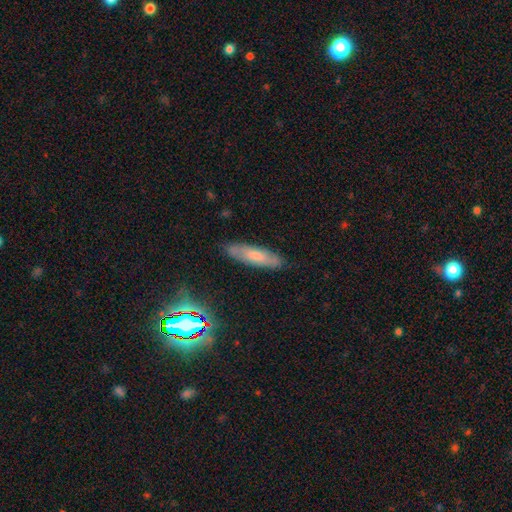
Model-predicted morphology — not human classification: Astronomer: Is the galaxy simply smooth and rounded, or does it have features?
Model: smooth — 59%.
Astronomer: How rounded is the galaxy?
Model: cigar-shaped — 65%.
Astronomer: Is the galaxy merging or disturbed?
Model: none — 83%.